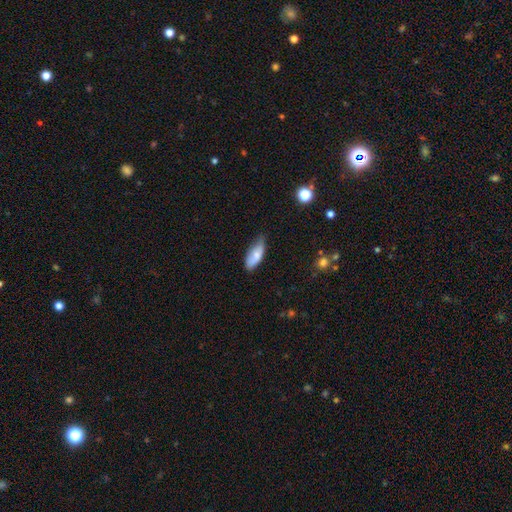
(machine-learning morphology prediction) Smooth or featured? smooth (79%)
How rounded? in between (80%)
Merging? none (52%)